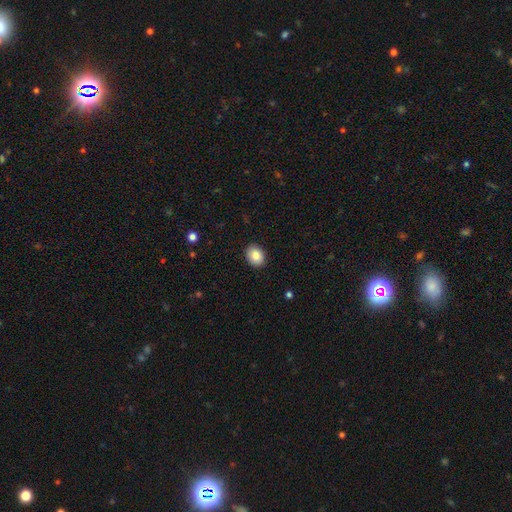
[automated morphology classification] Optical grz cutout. It shows a smooth galaxy with no disk features (86%) that is in between round and cigar-shaped (55%). Merging: none (90%).